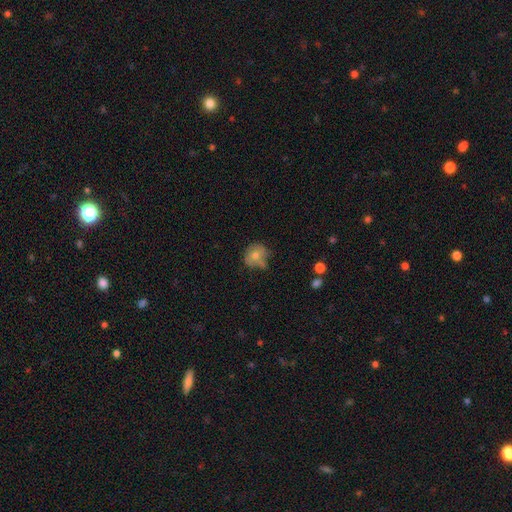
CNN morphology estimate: A smooth galaxy with no disk features (67%) that is round (74%). Merging: none (46%).